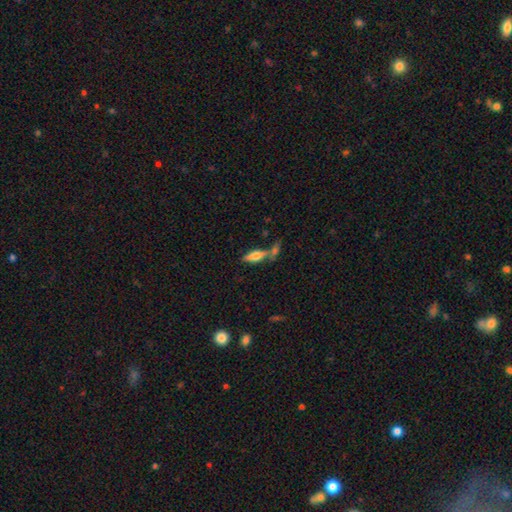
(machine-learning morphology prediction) Q: Smooth or featured?
A: smooth (61%); runner-up: featured or disk (31%)
Q: How rounded?
A: in between (51%); runner-up: cigar-shaped (46%)
Q: Merging?
A: none (48%); runner-up: merger (36%)